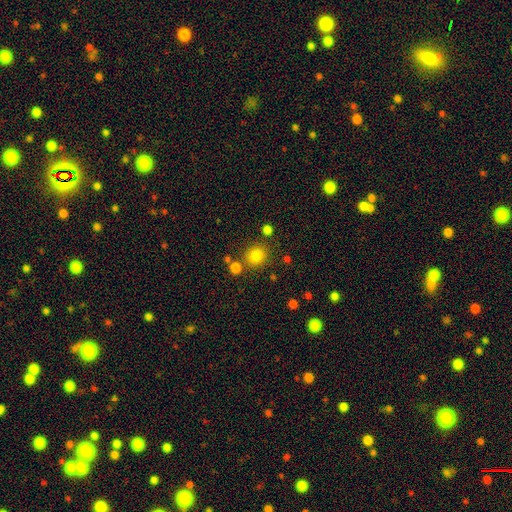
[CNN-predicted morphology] The model was most divided on "how rounded": round: 81%, in between: 18%, cigar-shaped: 1%. More confident: smooth or featured — smooth (81%); merging — none (80%).